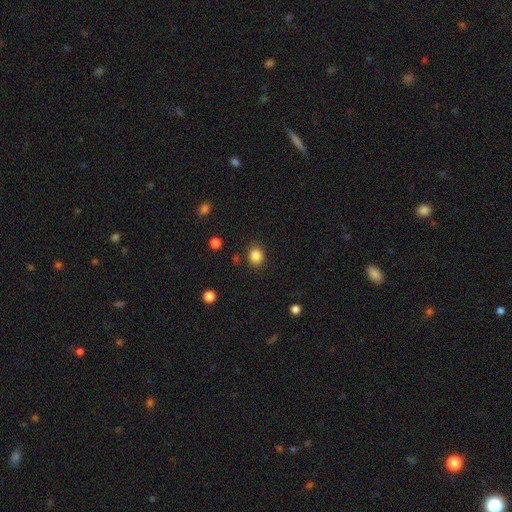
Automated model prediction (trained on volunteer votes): Overall: smooth (85%). How rounded: round (71%). Merging: none (85%).